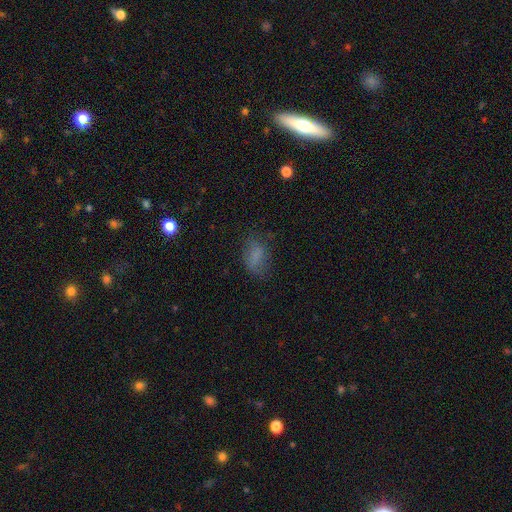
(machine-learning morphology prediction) A smooth galaxy with no disk features (74%) that is in between round and cigar-shaped (86%).

Vote fractions:
- Smooth or featured? smooth: 74% / featured or disk: 13% / star or artifact: 12%
- How rounded? in between: 86% / round: 11% / cigar-shaped: 4%
- Merging? none: 63% / minor disturbance: 23% / major disturbance: 13% / merger: 2%